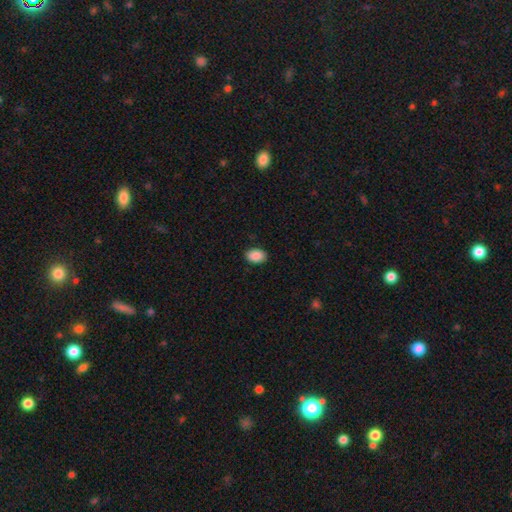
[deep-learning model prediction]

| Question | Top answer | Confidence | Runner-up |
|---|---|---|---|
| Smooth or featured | smooth | 90% | star or artifact (7%) |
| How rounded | in between | 86% | round (13%) |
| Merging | none | 89% | minor disturbance (8%) |